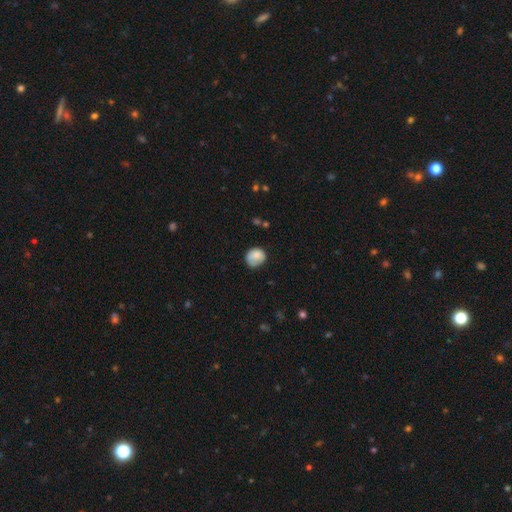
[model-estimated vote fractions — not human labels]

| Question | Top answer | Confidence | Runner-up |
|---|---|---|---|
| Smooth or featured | smooth | 78% | featured or disk (14%) |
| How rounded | round | 75% | in between (24%) |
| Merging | none | 62% | minor disturbance (27%) |